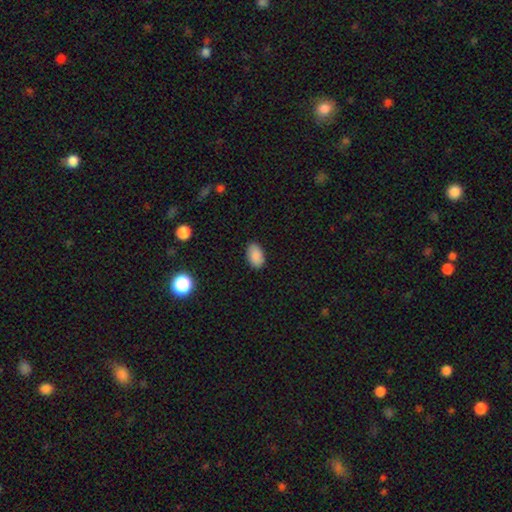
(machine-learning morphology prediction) This appears to be a smooth galaxy with no disk features (89%) that is in between round and cigar-shaped (92%). Merging: none (87%).